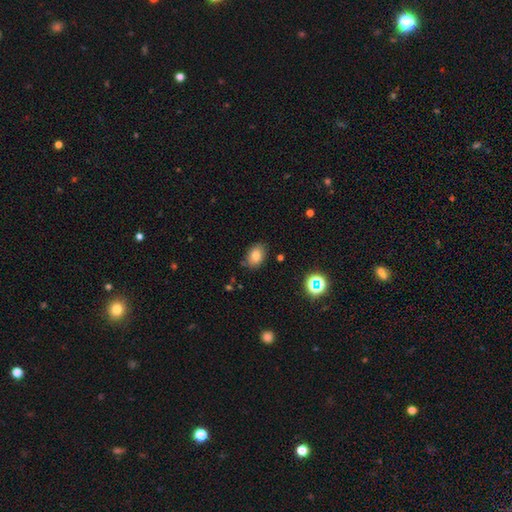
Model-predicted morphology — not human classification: Smooth or featured? smooth (79%)
How rounded? in between (79%)
Merging? none (79%)